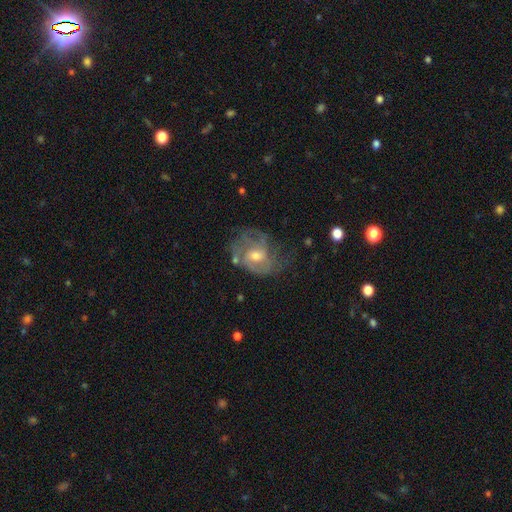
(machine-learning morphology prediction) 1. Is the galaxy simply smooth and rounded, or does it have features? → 76% featured or disk, 16% smooth, 7% star or artifact.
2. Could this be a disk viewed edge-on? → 97% no, 3% yes.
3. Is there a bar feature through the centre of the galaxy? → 54% no, 39% weak, 6% strong.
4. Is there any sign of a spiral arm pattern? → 84% yes, 16% no.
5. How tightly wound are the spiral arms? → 43% medium, 38% tight, 20% loose.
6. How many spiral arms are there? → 36% can't tell, 30% 2, 18% 3, 6% 1, 6% 4, 4% more than 4.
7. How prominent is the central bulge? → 62% moderate, 31% small, 4% large, 2% none, 1% dominant.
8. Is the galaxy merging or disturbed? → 50% none, 25% minor disturbance, 22% major disturbance, 3% merger.